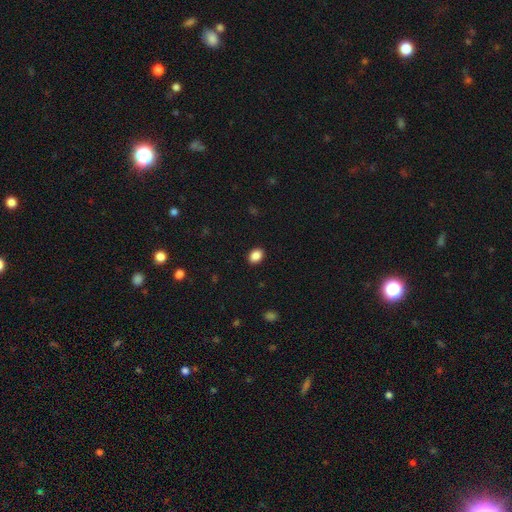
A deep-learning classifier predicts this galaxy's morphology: type=smooth (88%); roundness=in between (64%); merging=none (91%).